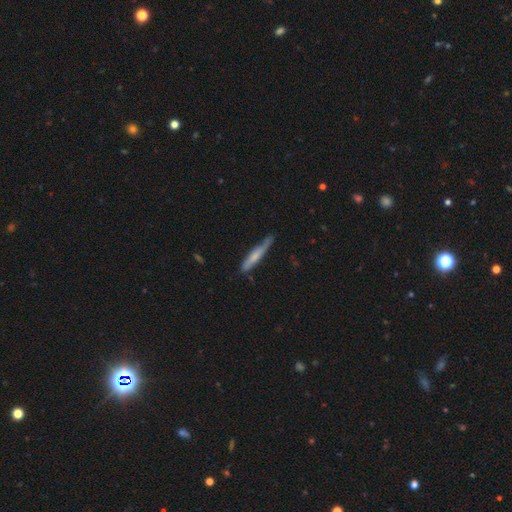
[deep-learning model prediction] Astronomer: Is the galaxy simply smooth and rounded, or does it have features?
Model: smooth — 53% (runner-up: featured or disk, 40%).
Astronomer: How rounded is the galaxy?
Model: cigar-shaped — 92%.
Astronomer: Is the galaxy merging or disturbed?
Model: none — 62%.